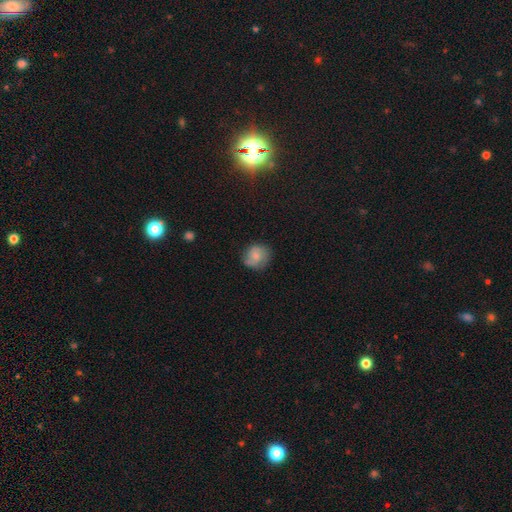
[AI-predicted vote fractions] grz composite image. It shows a smooth galaxy with no disk features (68%) that is round (83%). Merging: none (69%).